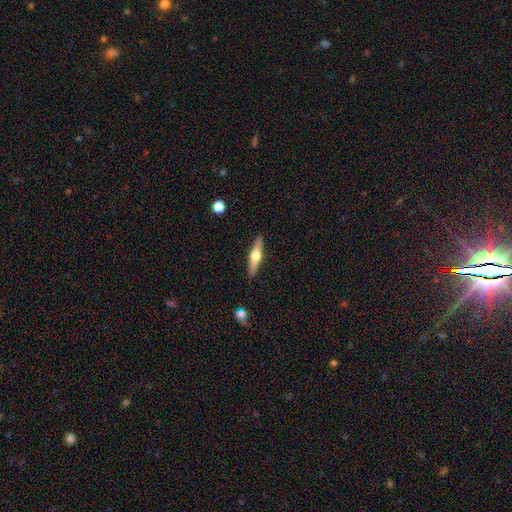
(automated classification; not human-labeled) This is likely a featured or disk galaxy (63%). It is clearly viewed edge-on (96%). Edge-on bulge: clearly rounded (95%). Merging: clearly none (90%).